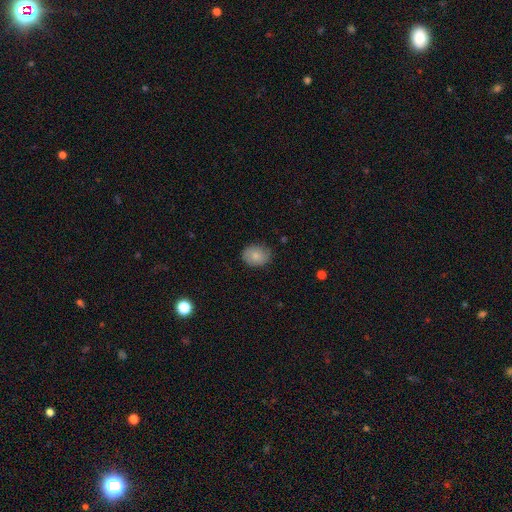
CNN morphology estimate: Smooth or featured? Predicted: smooth (p=0.81). How rounded? Predicted: in between (p=0.56). Merging? Predicted: none (p=0.81).